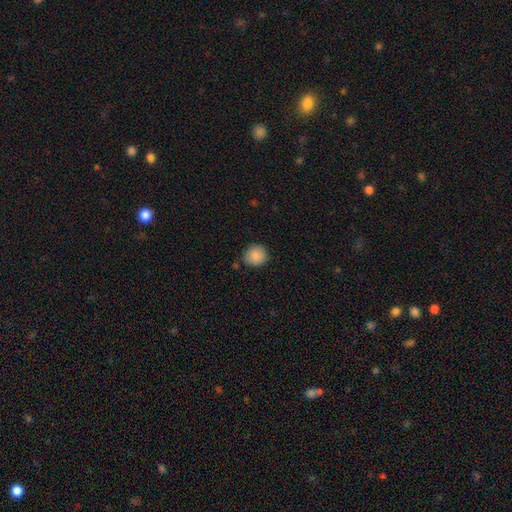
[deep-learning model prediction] This is clearly a smooth galaxy (89%). How rounded: clearly round (87%). Merging: clearly none (84%).